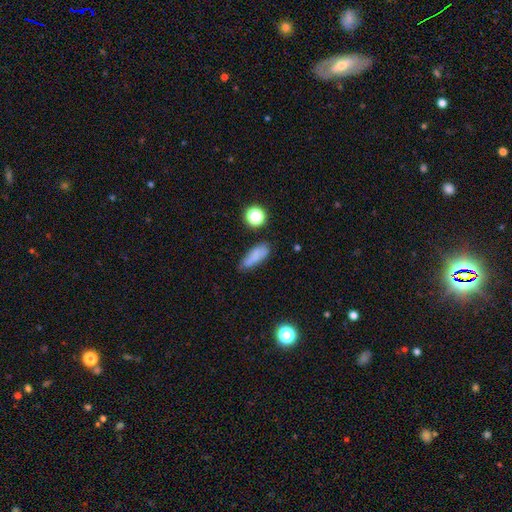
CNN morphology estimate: Q: Smooth or featured?
A: smooth (73%); runner-up: featured or disk (14%)
Q: How rounded?
A: in between (60%); runner-up: cigar-shaped (35%)
Q: Merging?
A: none (61%); runner-up: minor disturbance (27%)